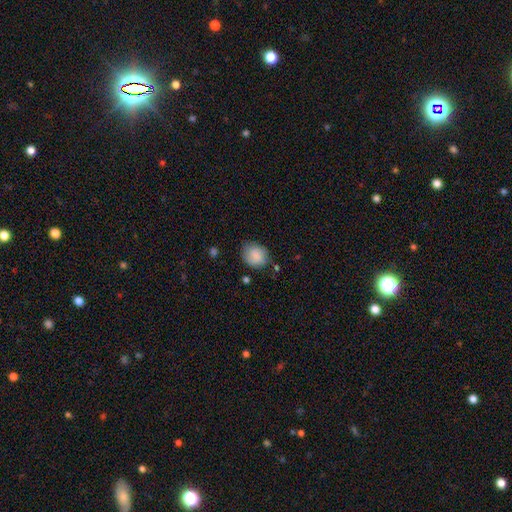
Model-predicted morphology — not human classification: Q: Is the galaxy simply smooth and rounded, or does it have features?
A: smooth — 84%.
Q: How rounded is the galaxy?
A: round — 68%.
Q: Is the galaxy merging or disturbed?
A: none — 69%.